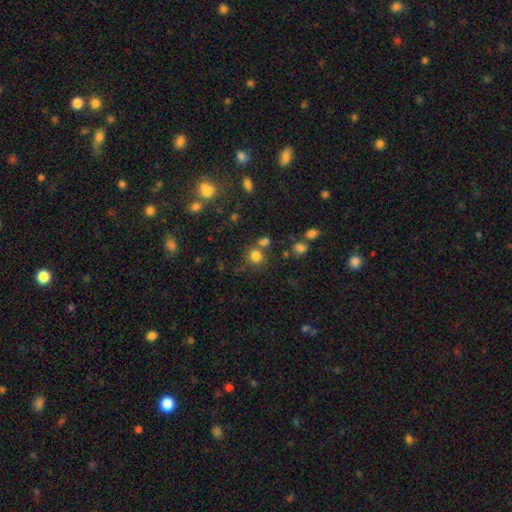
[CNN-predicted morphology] Overall: smooth (78%). How rounded: round (88%). Merging: none (67%).